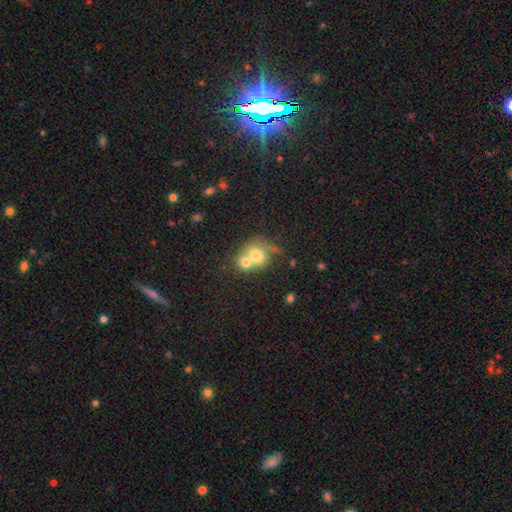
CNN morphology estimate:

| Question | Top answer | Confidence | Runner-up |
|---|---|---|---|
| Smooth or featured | smooth | 69% | featured or disk (21%) |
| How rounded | round | 73% | in between (26%) |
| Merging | merger | 67% | none (22%) |